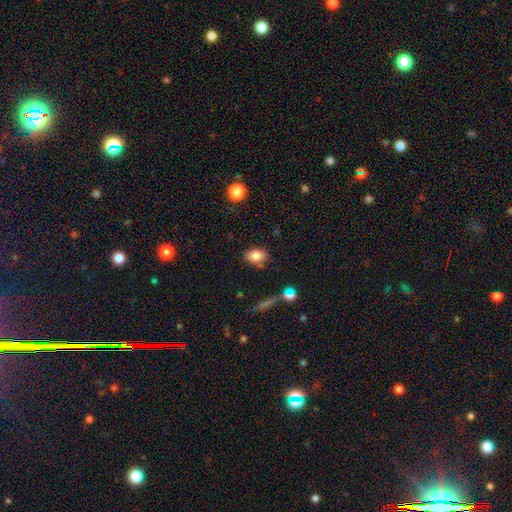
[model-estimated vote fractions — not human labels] Morphology: type=smooth (84%); roundness=in between (78%); merging=none (77%).